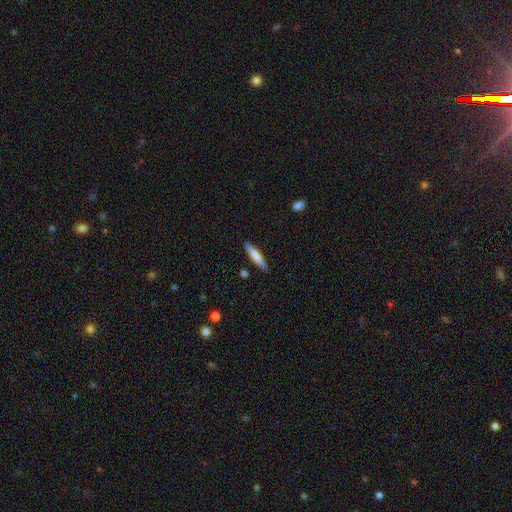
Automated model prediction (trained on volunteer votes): Smooth or featured?
  - smooth: 72% *
  - featured or disk: 22%
  - star or artifact: 5%
How rounded?
  - cigar-shaped: 86% *
  - in between: 12%
  - round: 1%
Merging?
  - none: 88% *
  - minor disturbance: 9%
  - major disturbance: 2%
  - merger: 2%